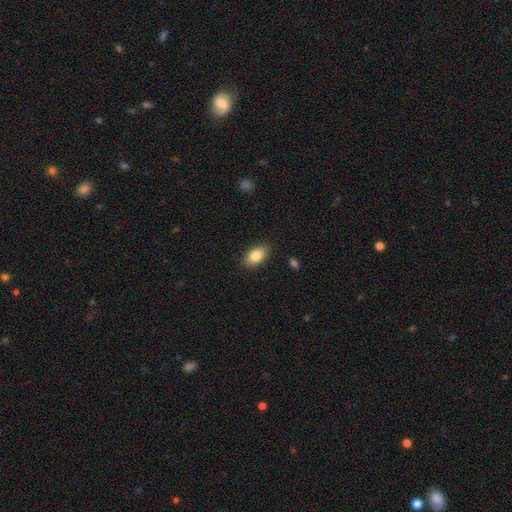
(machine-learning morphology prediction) This appears to be a smooth galaxy with no disk features (83%) that is in between round and cigar-shaped (89%). Merging: none (86%).